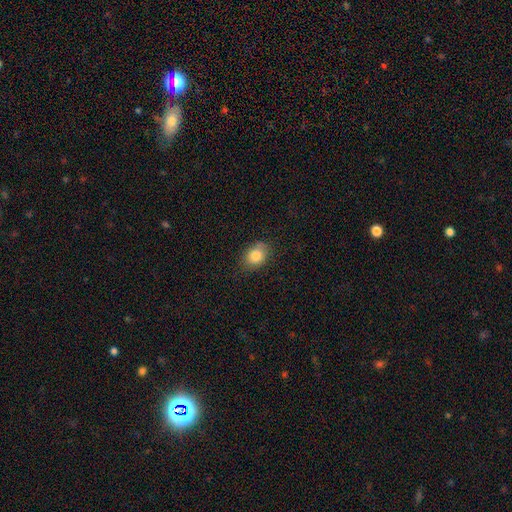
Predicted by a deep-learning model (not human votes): A smooth galaxy with no disk features (84%) that is in between round and cigar-shaped (68%). Merging: none (78%).